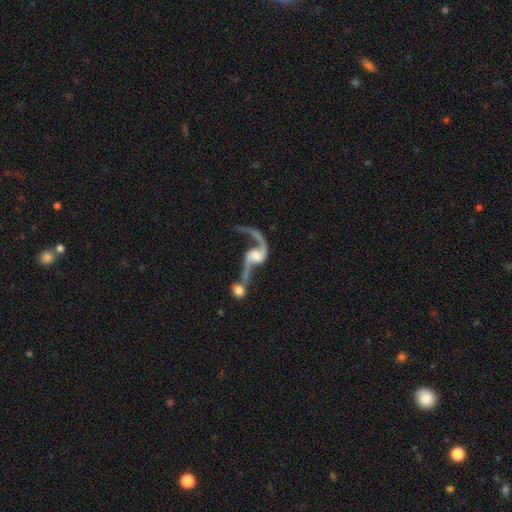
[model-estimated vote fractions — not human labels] A featured or disk galaxy (88%) with no bar (52%), 2 (87%) loose (87%) spiral arms (95%) and a moderate central bulge (39%). Merging: merger (48%).